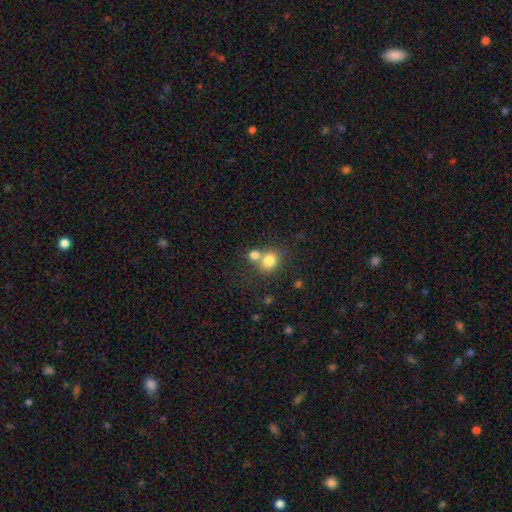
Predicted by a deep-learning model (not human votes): This appears to be a smooth galaxy with no disk features (78%) that is round (60%). Merging: none (46%).